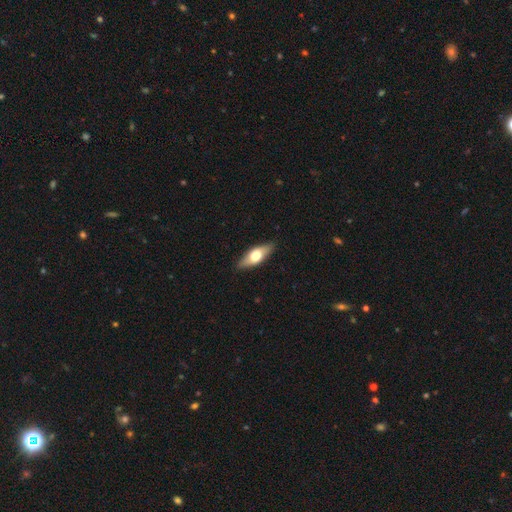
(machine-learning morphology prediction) Q: Smooth or featured?
A: smooth (53%); runner-up: featured or disk (41%)
Q: How rounded?
A: in between (69%); runner-up: cigar-shaped (28%)
Q: Merging?
A: none (87%); runner-up: minor disturbance (10%)